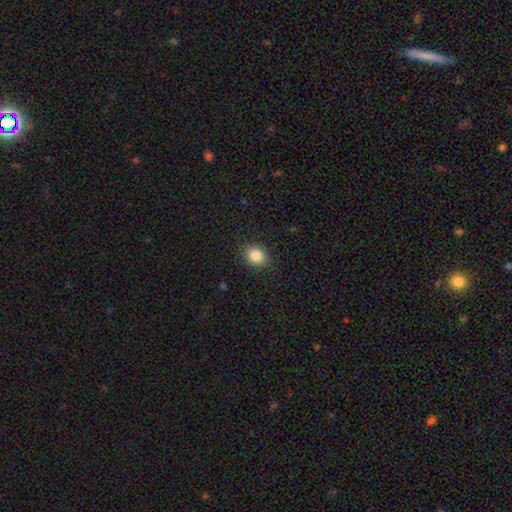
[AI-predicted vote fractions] This appears to be a smooth galaxy with no disk features (86%) that is round (62%). Merging: none (87%).